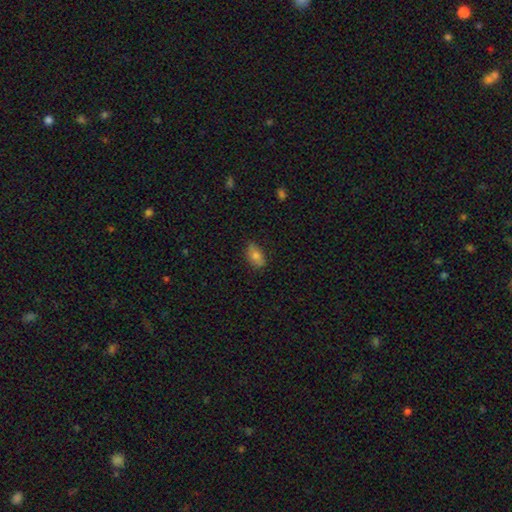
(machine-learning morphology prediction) This is likely a smooth galaxy (76%). How rounded: clearly in between (89%). Merging: clearly none (80%).